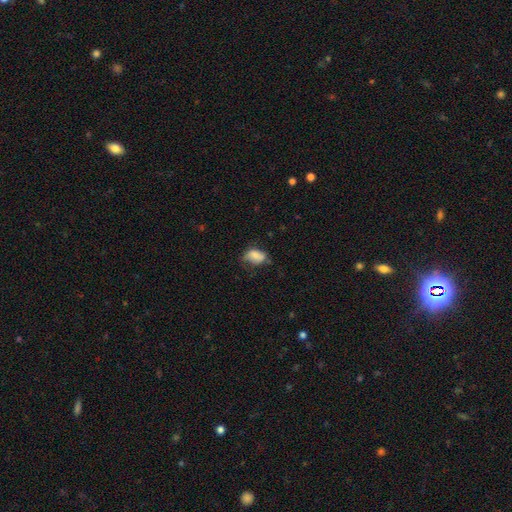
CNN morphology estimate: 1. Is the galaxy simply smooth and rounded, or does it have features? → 78% smooth, 14% featured or disk, 9% star or artifact.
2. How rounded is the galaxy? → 86% in between, 12% round, 2% cigar-shaped.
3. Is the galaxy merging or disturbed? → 45% none, 37% minor disturbance, 15% major disturbance, 3% merger.